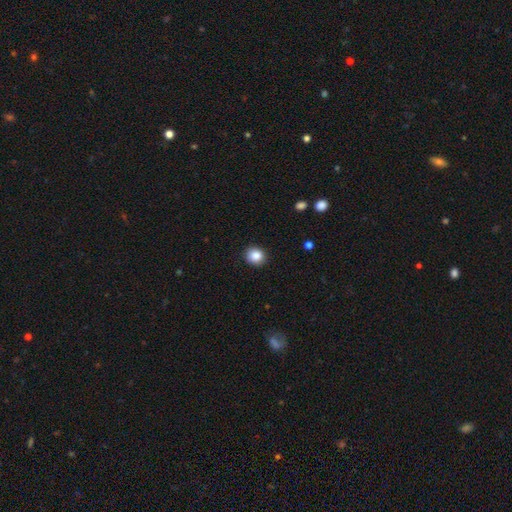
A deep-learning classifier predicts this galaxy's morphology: The model was most divided on "how rounded": round: 82%, in between: 17%, cigar-shaped: 1%. More confident: merging — none (90%); smooth or featured — smooth (87%).